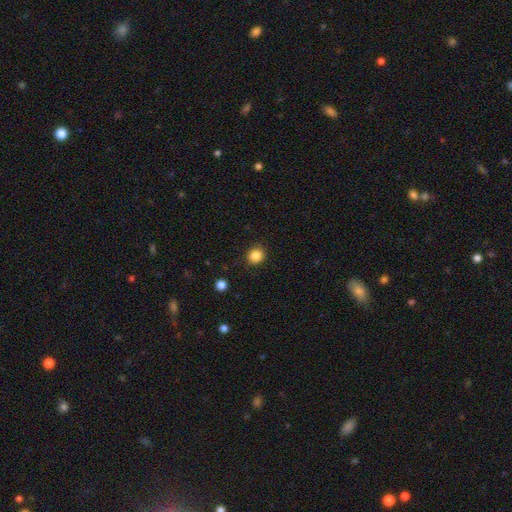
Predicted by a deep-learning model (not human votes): Overall: smooth (85%). How rounded: round (88%). Merging: none (90%).